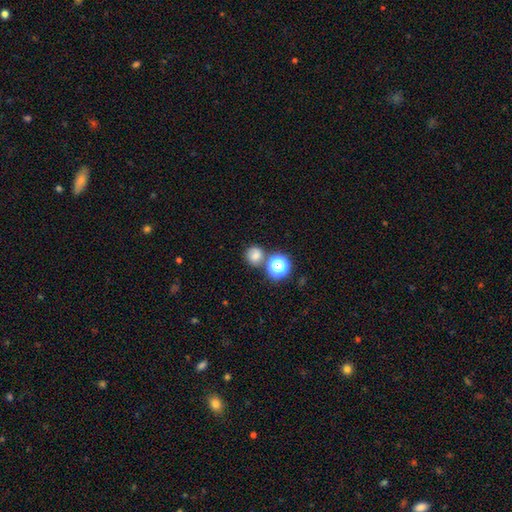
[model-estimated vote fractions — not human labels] This is likely a smooth galaxy (74%). How rounded: clearly round (87%). Merging: likely none (72%).